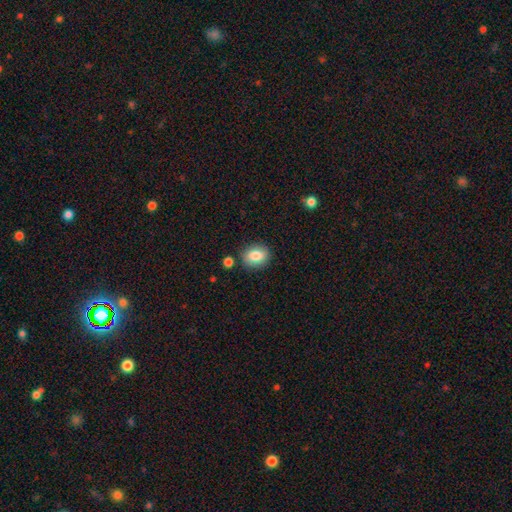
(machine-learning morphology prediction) Smooth or featured? smooth (82%)
How rounded? round (51%)
Merging? none (83%)